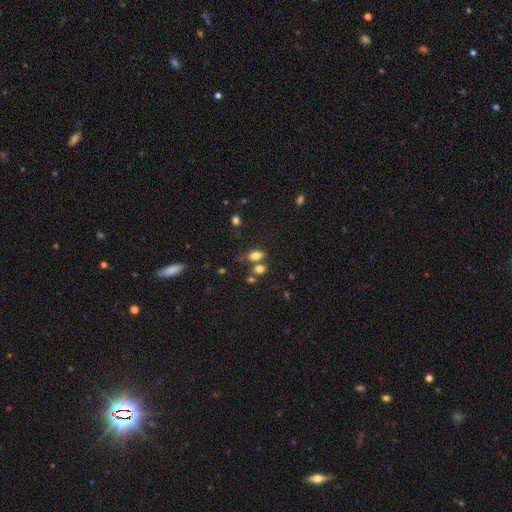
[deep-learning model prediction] Smooth or featured: smooth — 78% (star or artifact — 12%)
How rounded: in between — 85% (round — 11%)
Merging: none — 51% (merger — 29%)